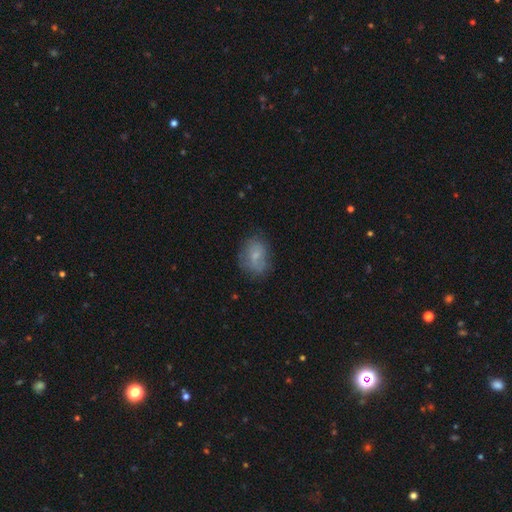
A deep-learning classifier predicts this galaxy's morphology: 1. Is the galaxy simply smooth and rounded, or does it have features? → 61% smooth, 29% featured or disk, 10% star or artifact.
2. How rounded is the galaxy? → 70% in between, 29% round, 1% cigar-shaped.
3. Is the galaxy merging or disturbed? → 61% none, 25% minor disturbance, 12% major disturbance, 2% merger.